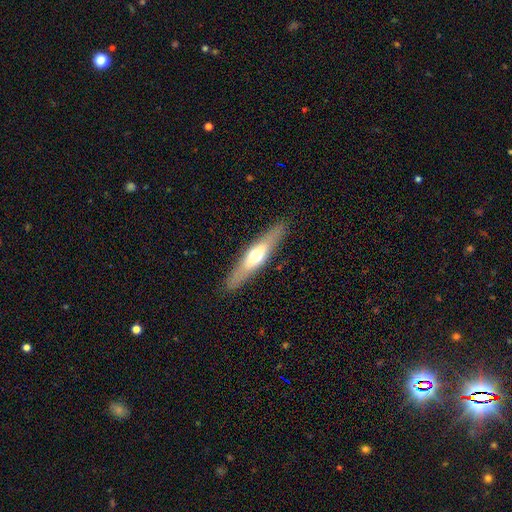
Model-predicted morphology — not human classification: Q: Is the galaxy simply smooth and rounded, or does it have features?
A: featured or disk — 49%.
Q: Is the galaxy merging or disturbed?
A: none — 88%.